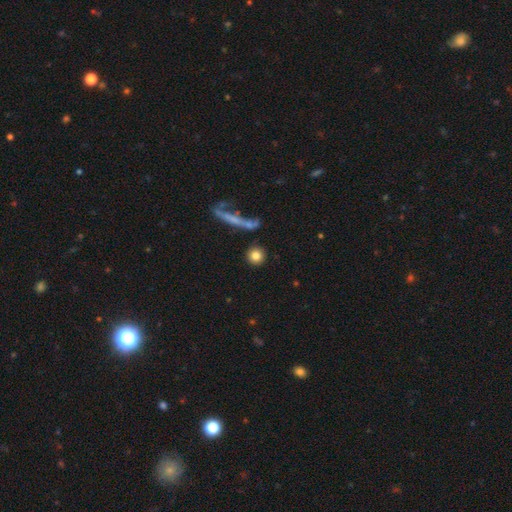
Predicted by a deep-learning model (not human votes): A smooth galaxy with no disk features (81%) that is round (91%).

Vote fractions:
- Smooth or featured? smooth: 81% / featured or disk: 10% / star or artifact: 9%
- How rounded? round: 91% / in between: 6% / cigar-shaped: 3%
- Merging? none: 86% / minor disturbance: 7% / merger: 4% / major disturbance: 3%